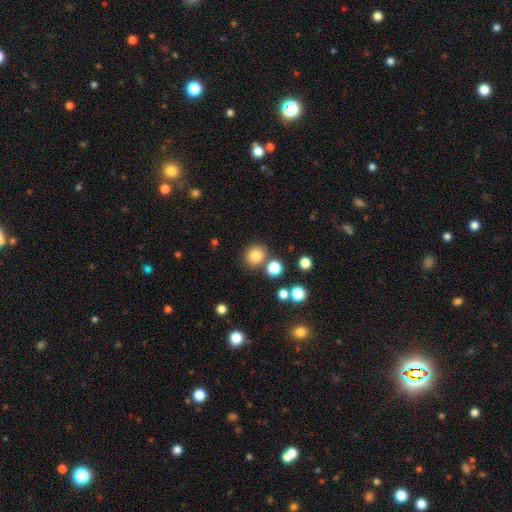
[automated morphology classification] Smooth or featured? smooth (82%)
How rounded? round (82%)
Merging? none (78%)